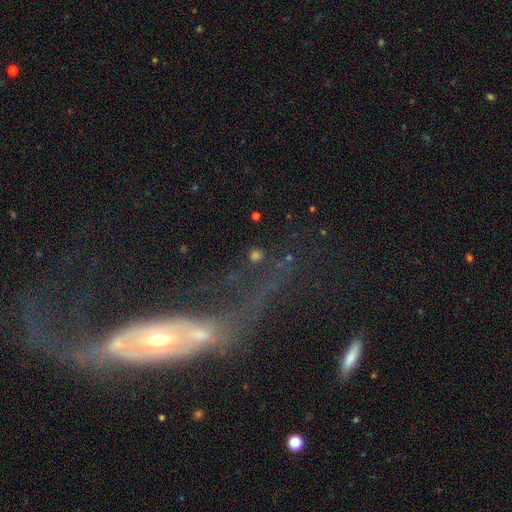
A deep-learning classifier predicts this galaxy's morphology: The model was most divided on "smooth or featured": smooth: 46%, star or artifact: 38%, featured or disk: 16%. More confident: merging — none (70%).